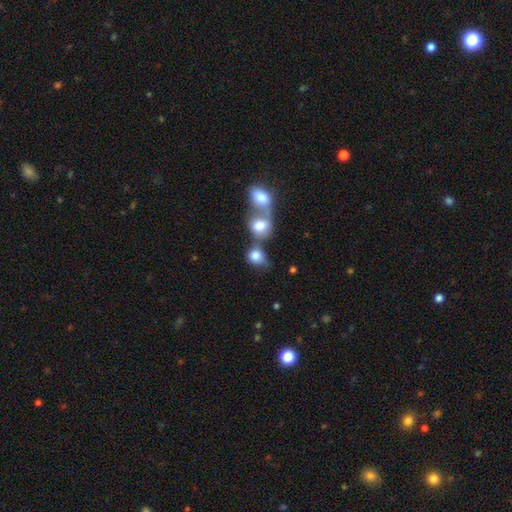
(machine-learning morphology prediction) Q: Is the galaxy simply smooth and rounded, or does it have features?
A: smooth — 80%.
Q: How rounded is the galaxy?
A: round — 58%.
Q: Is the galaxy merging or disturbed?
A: merger — 56%.